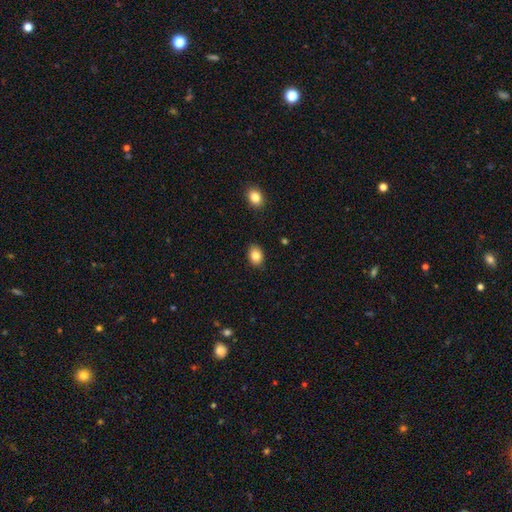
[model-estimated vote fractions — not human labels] smooth 84%, star or artifact 9%, featured or disk 7%. Down the decision tree: how rounded — in between (72%); merging — none (87%).